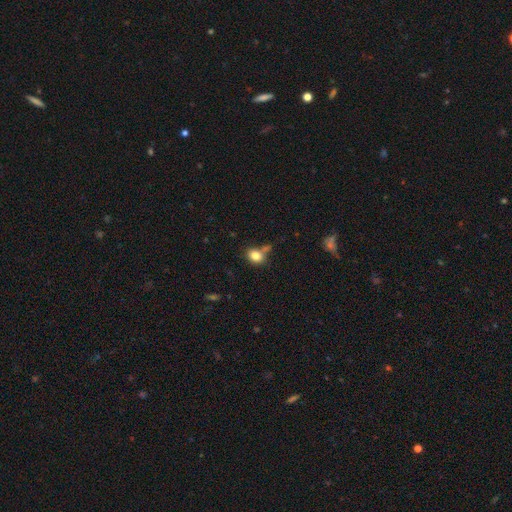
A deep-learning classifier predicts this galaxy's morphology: Smooth or featured? Predicted: smooth (p=0.82). How rounded? Predicted: in between (p=0.53). Merging? Predicted: none (p=0.57).